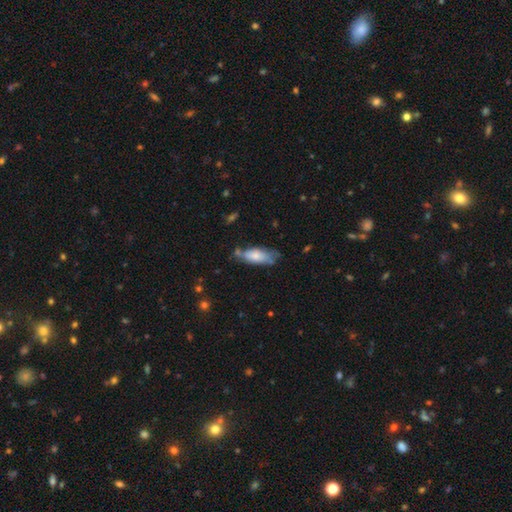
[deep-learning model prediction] A smooth galaxy with no disk features (69%) that is in between round and cigar-shaped (77%). Merging: none (47%).